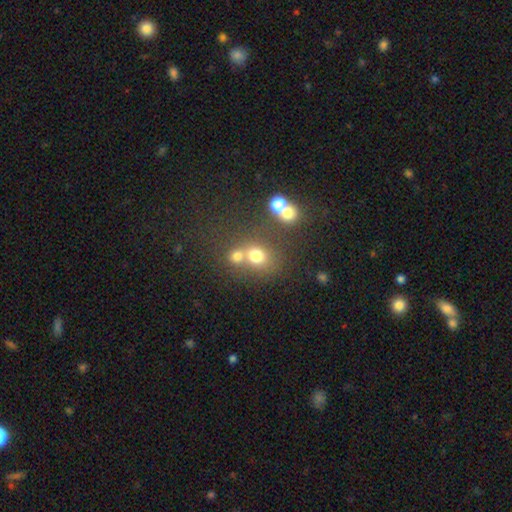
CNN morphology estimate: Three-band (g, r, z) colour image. It shows a smooth galaxy with no disk features (71%) that is round (74%). Merging: merger (43%).